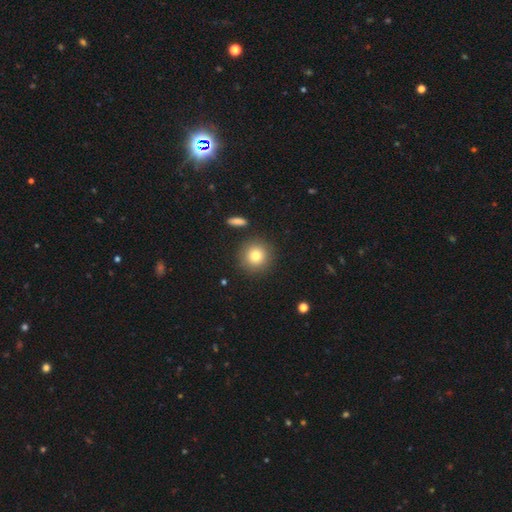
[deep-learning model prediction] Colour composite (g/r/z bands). It shows a smooth galaxy with no disk features (79%) that is round (94%). Merging: none (88%).